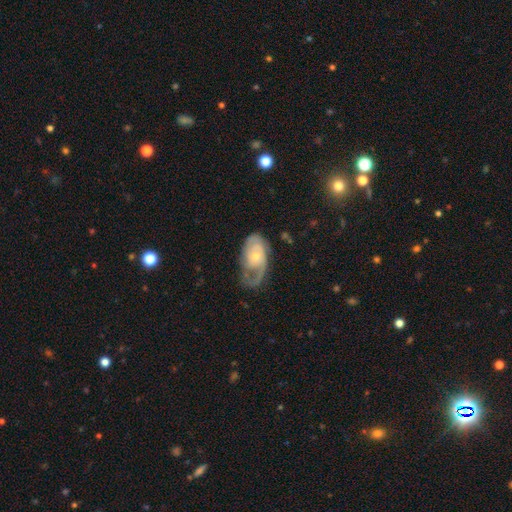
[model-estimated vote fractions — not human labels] smooth-or-featured: featured or disk: 76% | smooth: 19% | star or artifact: 5%
  disk-edge-on: no: 96% | yes: 4%
    bar: no: 73% | weak: 23% | strong: 4%
    has-spiral-arms: yes: 89% | no: 11%
      spiral-winding: tight: 40% | medium: 38% | loose: 21%
      spiral-arm-count: 2: 42% | 1: 34% | can't tell: 17% | 3: 4% | 4: 2% | more than 4: 2%
    bulge-size: small: 53% | moderate: 41% | large: 3% | none: 2% | dominant: 1%
  merging: none: 44% | major disturbance: 28% | minor disturbance: 26% | merger: 2%